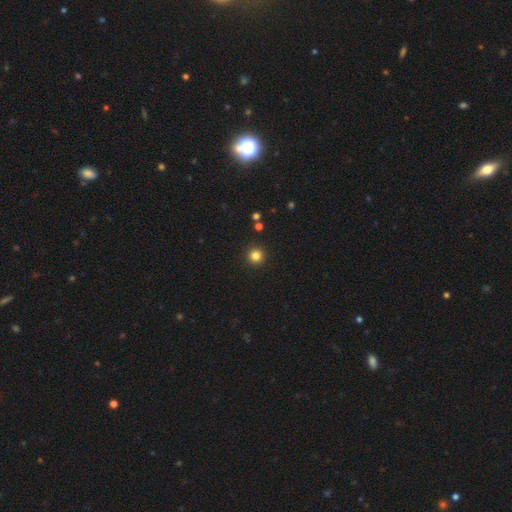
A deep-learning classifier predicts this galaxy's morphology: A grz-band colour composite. It shows a smooth galaxy with no disk features (82%) that is round (96%). Merging: none (92%).